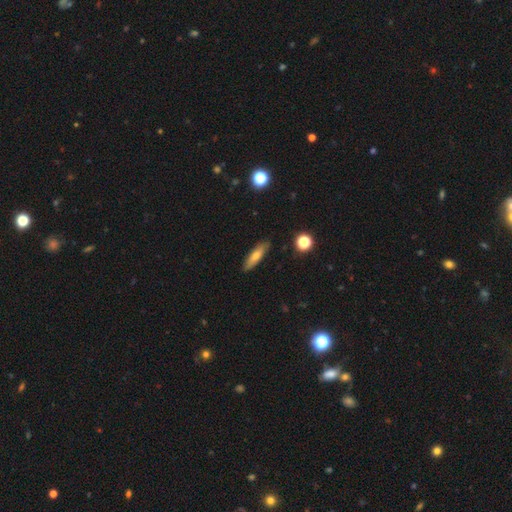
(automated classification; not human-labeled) Q: Smooth or featured?
A: smooth (64%); runner-up: featured or disk (29%)
Q: How rounded?
A: cigar-shaped (67%); runner-up: in between (30%)
Q: Merging?
A: none (87%); runner-up: minor disturbance (9%)